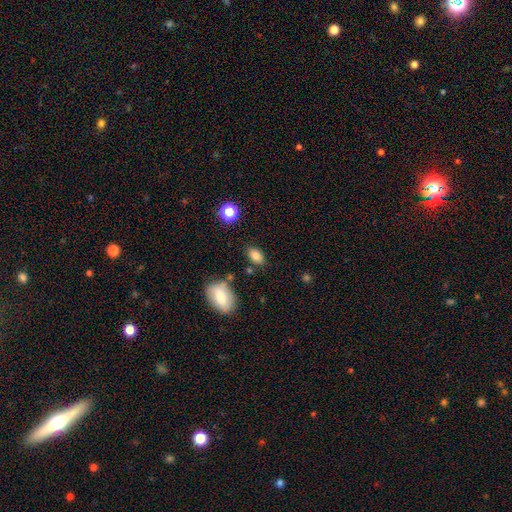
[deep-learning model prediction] The model was most divided on "merging": none: 79%, minor disturbance: 13%, merger: 5%, major disturbance: 3%. More confident: how rounded — in between (87%); smooth or featured — smooth (82%).